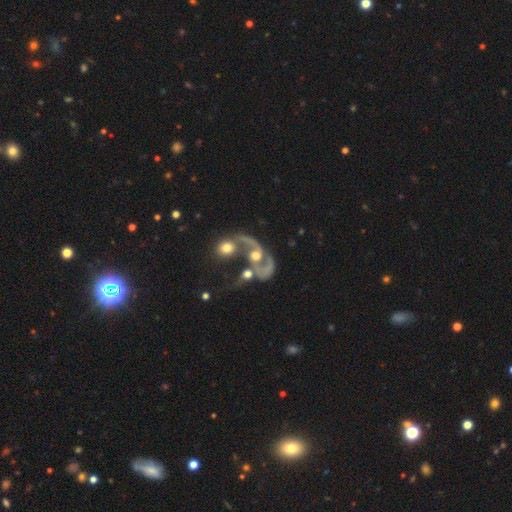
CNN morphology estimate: Smooth or featured?
  - featured or disk: 80% *
  - smooth: 14%
  - star or artifact: 7%
Edge-on disk?
  - no: 97% *
  - yes: 3%
Bar?
  - no: 67% *
  - weak: 26%
  - strong: 8%
Spiral arms?
  - yes: 86% *
  - no: 14%
Spiral winding?
  - loose: 58% *
  - medium: 33%
  - tight: 9%
Spiral arm count?
  - 2: 82% *
  - 1: 10%
  - can't tell: 4%
  - 3: 2%
  - 4: 1%
  - more than 4: 1%
Bulge size?
  - moderate: 63% *
  - small: 18%
  - large: 13%
  - none: 4%
  - dominant: 2%
Merging?
  - merger: 51% *
  - major disturbance: 20%
  - none: 19%
  - minor disturbance: 10%